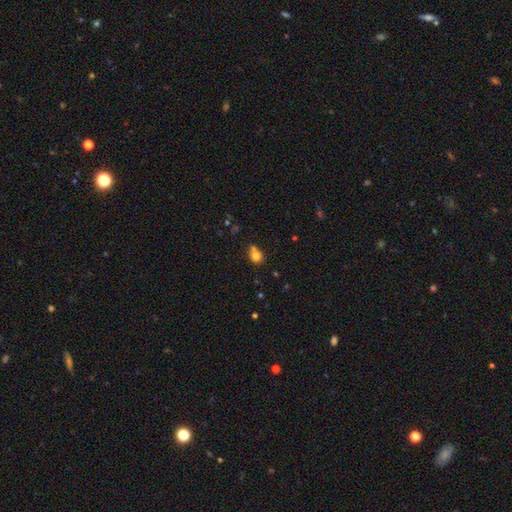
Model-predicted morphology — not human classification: type=smooth (77%); roundness=round (77%); merging=none (45%).